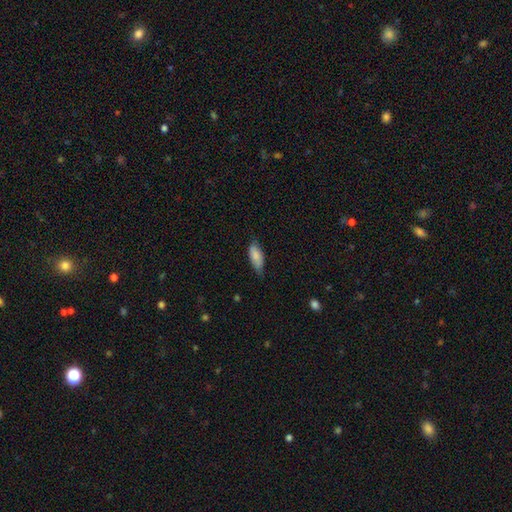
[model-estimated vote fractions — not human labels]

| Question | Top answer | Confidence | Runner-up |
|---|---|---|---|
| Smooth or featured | smooth | 80% | featured or disk (14%) |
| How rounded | in between | 81% | cigar-shaped (17%) |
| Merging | none | 63% | minor disturbance (30%) |